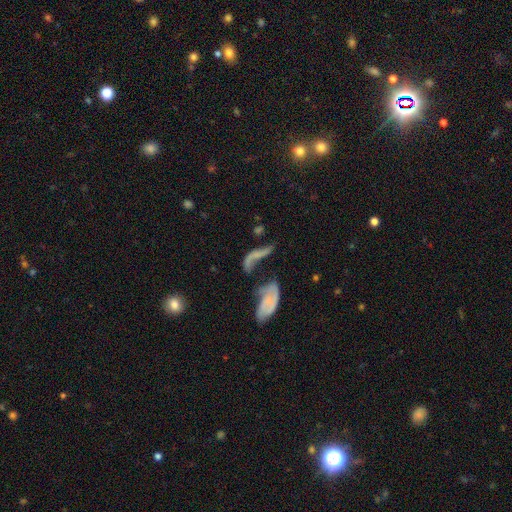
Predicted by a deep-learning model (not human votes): The model was most divided on "merging": merger: 36%, major disturbance: 27%, none: 24%, minor disturbance: 13%. More confident: edge-on disk — no (86%); bar — no (66%); spiral arms — yes (65%); bulge size — none (60%); smooth or featured — featured or disk (59%).